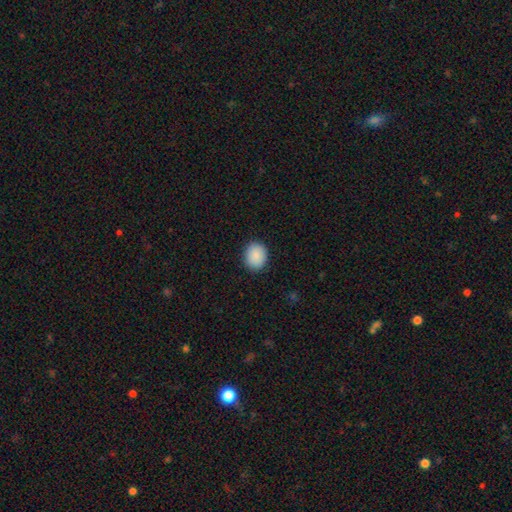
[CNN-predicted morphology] This appears to be a smooth galaxy with no disk features (89%) that is round (60%). Merging: none (89%).